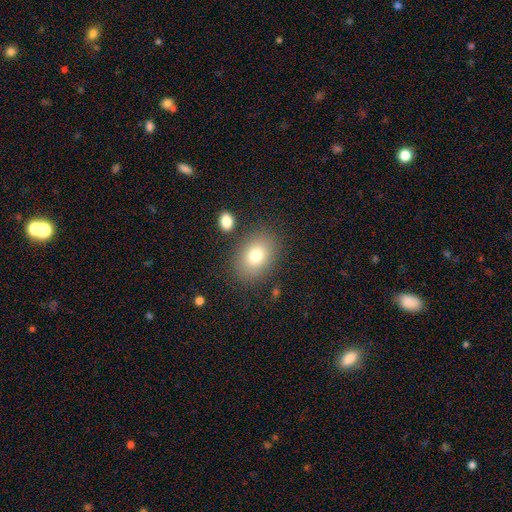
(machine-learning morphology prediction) Smooth or featured: smooth — 78% (featured or disk — 12%)
How rounded: in between — 70% (round — 29%)
Merging: none — 82% (minor disturbance — 10%)